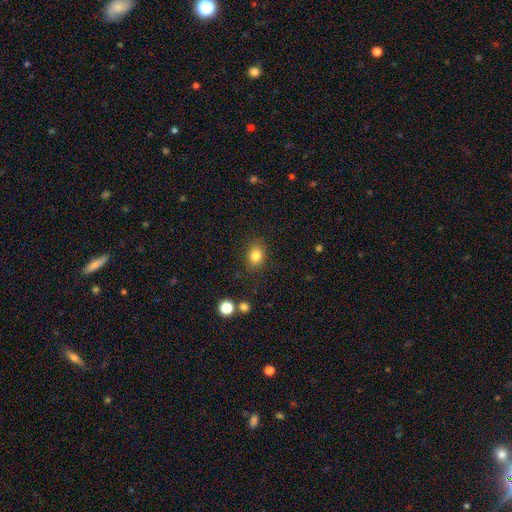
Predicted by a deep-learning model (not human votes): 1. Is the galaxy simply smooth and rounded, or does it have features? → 82% smooth, 11% star or artifact, 7% featured or disk.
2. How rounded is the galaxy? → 51% round, 48% in between, 1% cigar-shaped.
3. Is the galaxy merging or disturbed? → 84% none, 11% minor disturbance, 3% major disturbance, 2% merger.